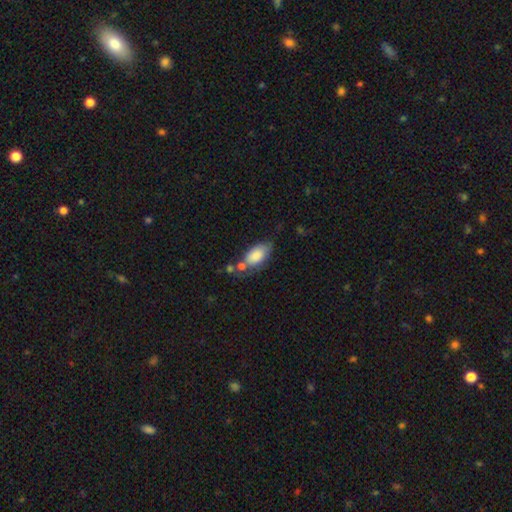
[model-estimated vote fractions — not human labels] Morphology: type=smooth (82%); roundness=in between (91%); merging=none (44%).